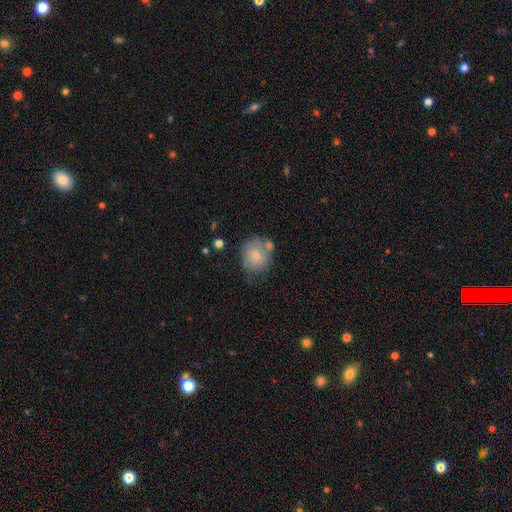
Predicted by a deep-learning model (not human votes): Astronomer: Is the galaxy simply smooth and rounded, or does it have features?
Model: smooth — 71%.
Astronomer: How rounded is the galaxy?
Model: round — 84%.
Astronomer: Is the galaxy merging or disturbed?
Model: none — 55%.